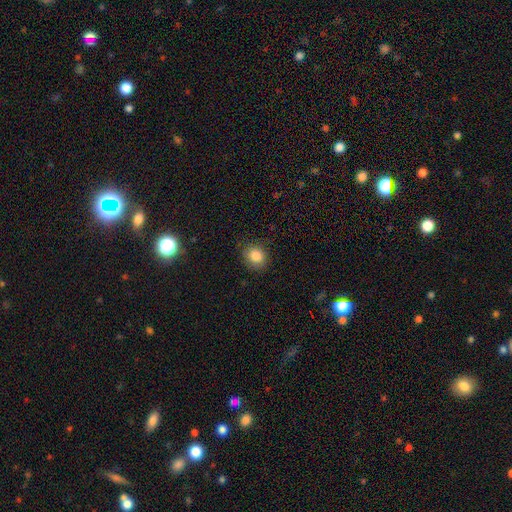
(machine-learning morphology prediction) smooth_or_featured: smooth (p=0.84) [alt: star or artifact p=0.10]
how_rounded: round (p=0.72) [alt: in between p=0.27]
merging: none (p=0.84) [alt: minor disturbance p=0.12]